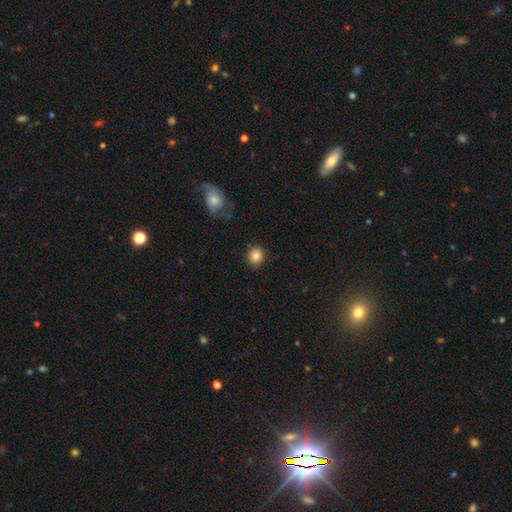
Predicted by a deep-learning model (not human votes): smooth-or-featured: smooth: 85% | star or artifact: 10% | featured or disk: 5%
  how-rounded: round: 82% | in between: 17% | cigar-shaped: 1%
  merging: none: 85% | minor disturbance: 11% | major disturbance: 3% | merger: 2%